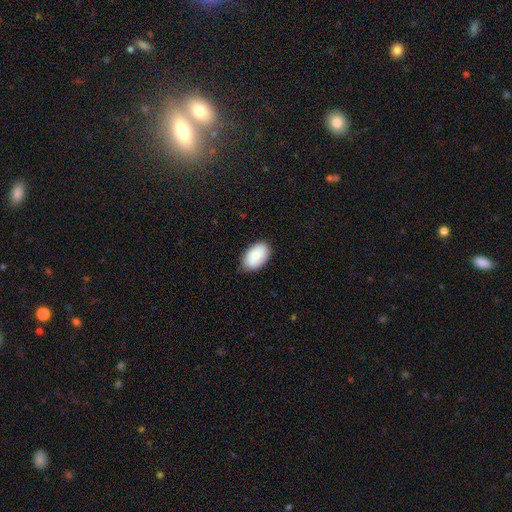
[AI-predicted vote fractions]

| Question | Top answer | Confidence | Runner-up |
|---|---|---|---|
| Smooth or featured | smooth | 88% | star or artifact (6%) |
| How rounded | in between | 94% | round (5%) |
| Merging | none | 81% | minor disturbance (16%) |